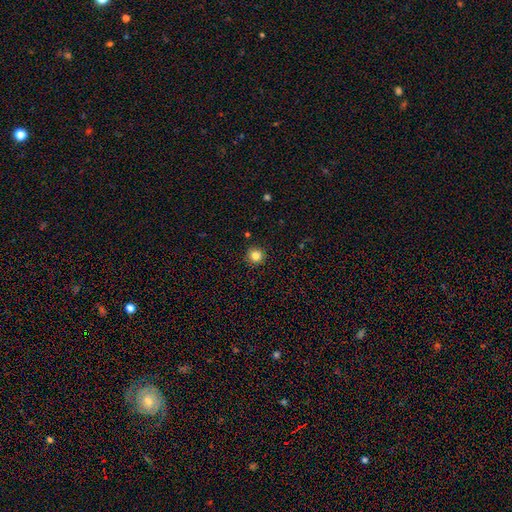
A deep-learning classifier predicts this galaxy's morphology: The model was most divided on "smooth or featured": smooth: 83%, star or artifact: 12%, featured or disk: 5%. More confident: how rounded — round (95%); merging — none (91%).